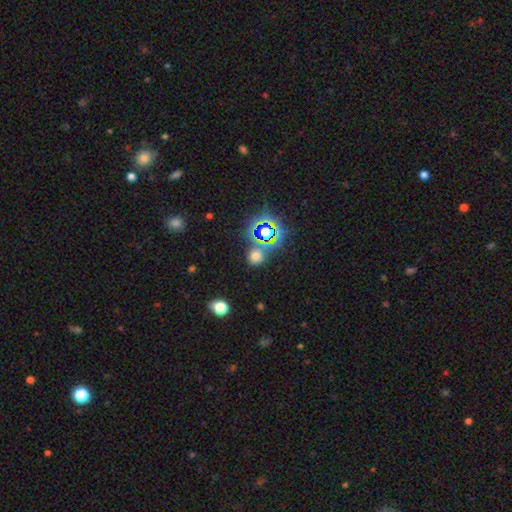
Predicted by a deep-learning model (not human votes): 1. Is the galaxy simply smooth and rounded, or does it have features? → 57% smooth, 37% star or artifact, 7% featured or disk.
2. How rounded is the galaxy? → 81% round, 18% in between, 1% cigar-shaped.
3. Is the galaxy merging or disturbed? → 75% none, 11% merger, 10% minor disturbance, 5% major disturbance.